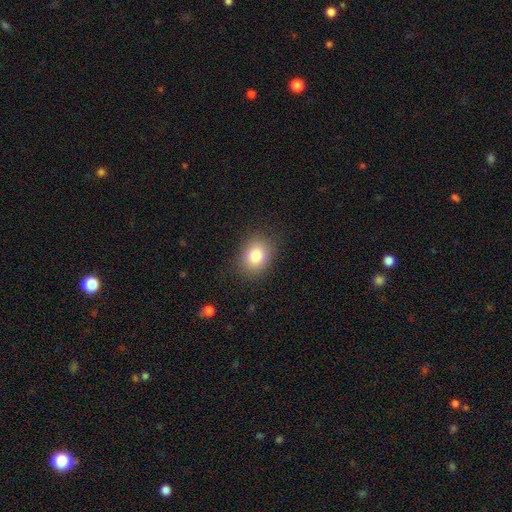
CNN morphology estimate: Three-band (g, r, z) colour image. It shows a smooth galaxy with no disk features (81%) that is round (52%). Merging: none (86%).